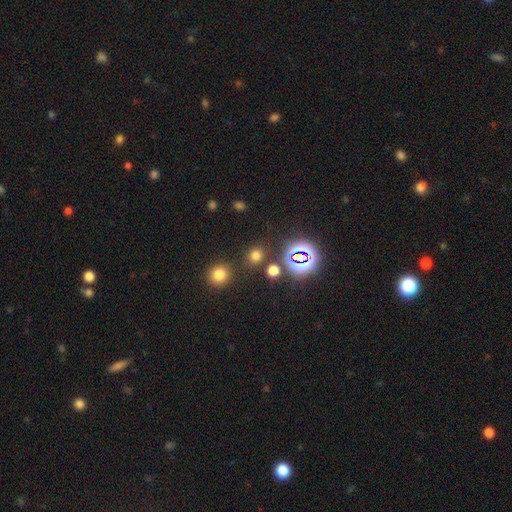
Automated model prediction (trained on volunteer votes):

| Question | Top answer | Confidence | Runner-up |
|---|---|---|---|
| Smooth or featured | smooth | 64% | star or artifact (31%) |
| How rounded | round | 83% | in between (16%) |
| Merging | none | 83% | minor disturbance (8%) |